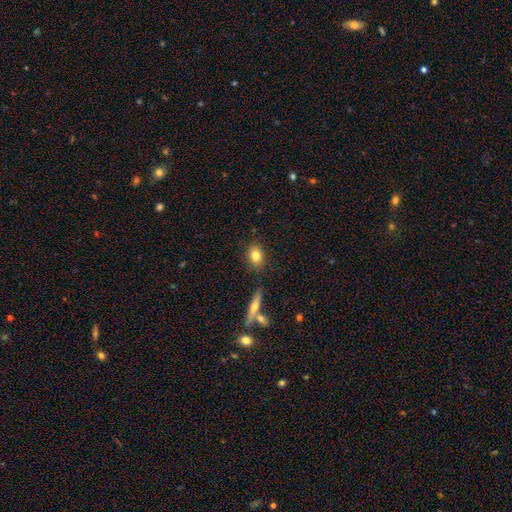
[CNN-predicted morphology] smooth-or-featured: smooth: 80% | featured or disk: 12% | star or artifact: 9%
  how-rounded: in between: 55% | round: 42% | cigar-shaped: 3%
  merging: none: 81% | minor disturbance: 11% | merger: 5% | major disturbance: 3%